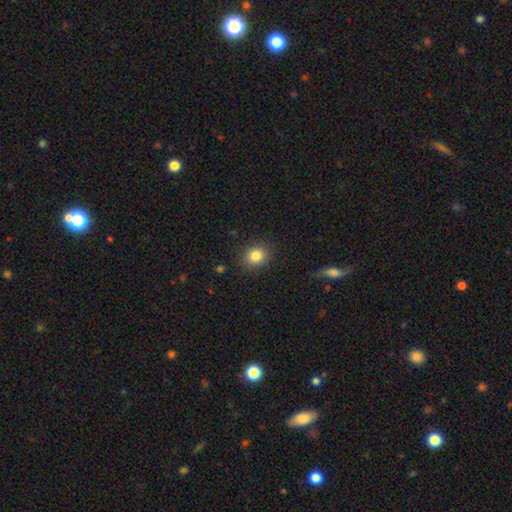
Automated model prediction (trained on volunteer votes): A smooth galaxy with no disk features (83%) that is round (72%). Merging: none (88%).